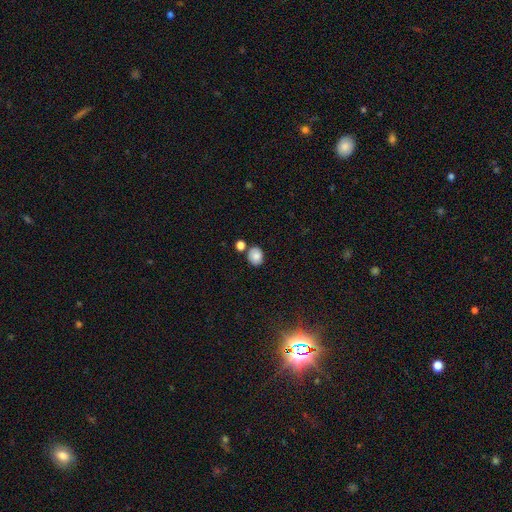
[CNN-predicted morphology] Q: Smooth or featured?
A: smooth (82%); runner-up: star or artifact (10%)
Q: How rounded?
A: in between (50%); runner-up: round (49%)
Q: Merging?
A: none (72%); runner-up: merger (13%)